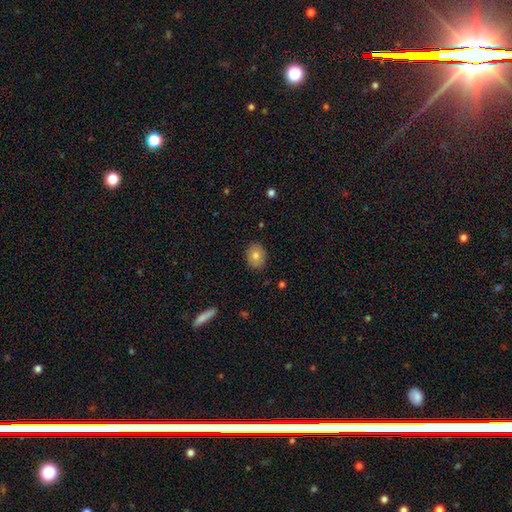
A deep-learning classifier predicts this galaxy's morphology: smooth_or_featured: smooth (p=0.78) [alt: featured or disk p=0.14]
how_rounded: in between (p=0.57) [alt: round p=0.42]
merging: none (p=0.87) [alt: minor disturbance p=0.10]